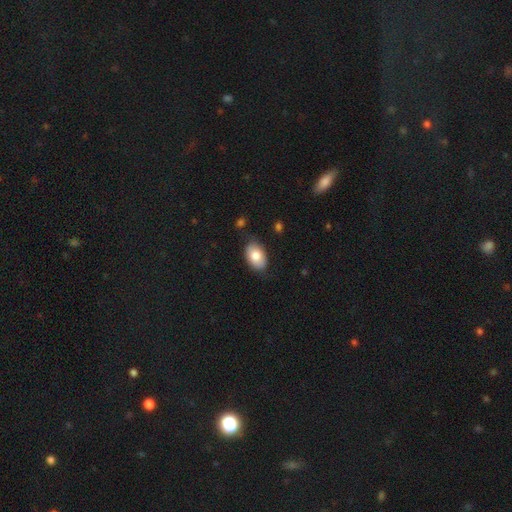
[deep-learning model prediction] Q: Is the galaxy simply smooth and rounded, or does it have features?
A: smooth — 80%.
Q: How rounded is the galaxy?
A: in between — 91%.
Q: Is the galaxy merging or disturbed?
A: none — 78%.